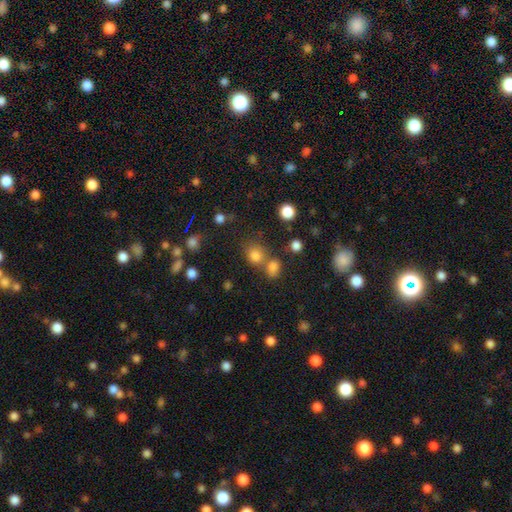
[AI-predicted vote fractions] Overall: smooth (73%). How rounded: round (77%). Merging: none (60%; merger 27%).